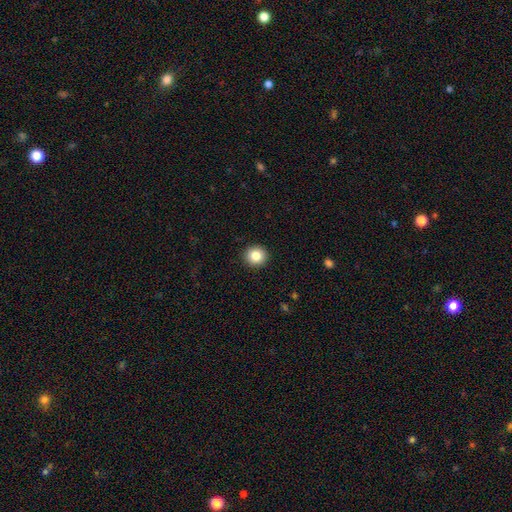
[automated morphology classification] type=smooth (84%); roundness=round (92%); merging=none (93%).